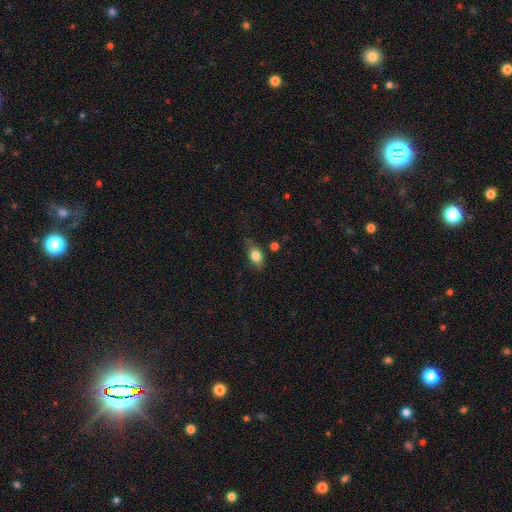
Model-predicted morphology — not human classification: Overall: smooth (78%). How rounded: in between (82%). Merging: none (69%).